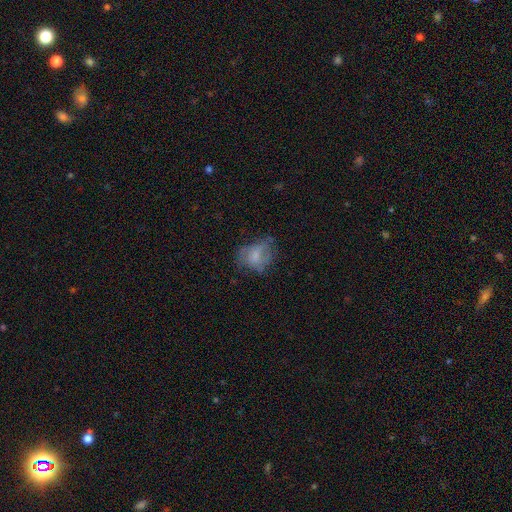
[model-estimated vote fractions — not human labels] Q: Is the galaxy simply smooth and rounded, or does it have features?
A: smooth — 56%.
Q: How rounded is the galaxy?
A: in between — 62%.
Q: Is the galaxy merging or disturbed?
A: none — 40%.